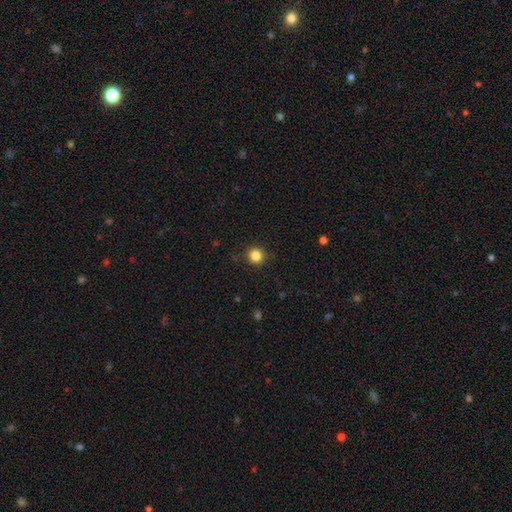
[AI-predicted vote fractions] This appears to be a smooth galaxy with no disk features (84%) that is round (93%). Merging: none (91%).